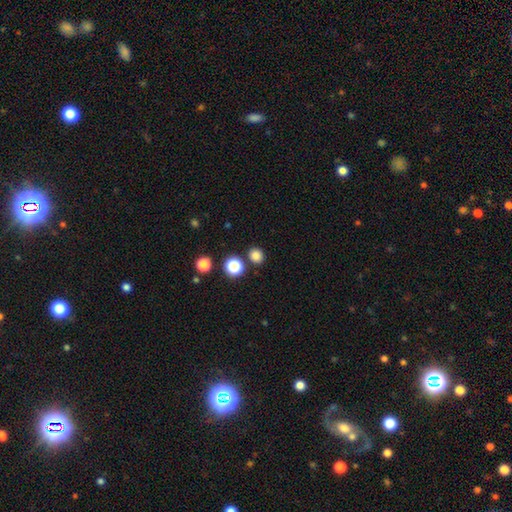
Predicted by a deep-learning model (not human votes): smooth 82%, star or artifact 14%, featured or disk 4%. Down the decision tree: how rounded — round (85%); merging — none (85%).